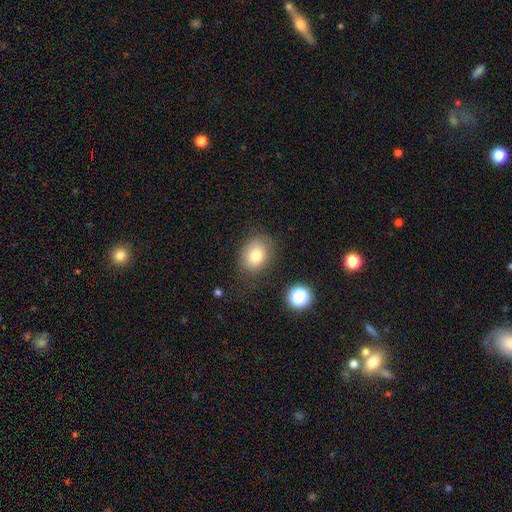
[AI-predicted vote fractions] Smooth or featured?
  - smooth: 78% *
  - featured or disk: 12%
  - star or artifact: 10%
How rounded?
  - in between: 60% *
  - round: 39%
  - cigar-shaped: 1%
Merging?
  - none: 74% *
  - minor disturbance: 17%
  - major disturbance: 6%
  - merger: 2%